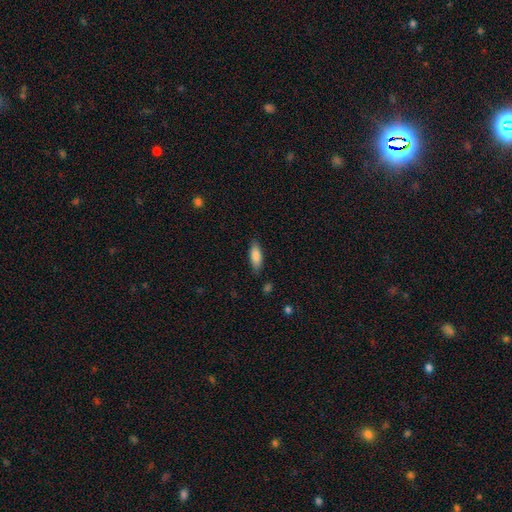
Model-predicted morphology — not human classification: A smooth galaxy with no disk features (84%) that is in between round and cigar-shaped (62%).

Vote fractions:
- Smooth or featured? smooth: 84% / featured or disk: 9% / star or artifact: 6%
- How rounded? in between: 62% / cigar-shaped: 36% / round: 2%
- Merging? none: 83% / minor disturbance: 12% / major disturbance: 3% / merger: 2%